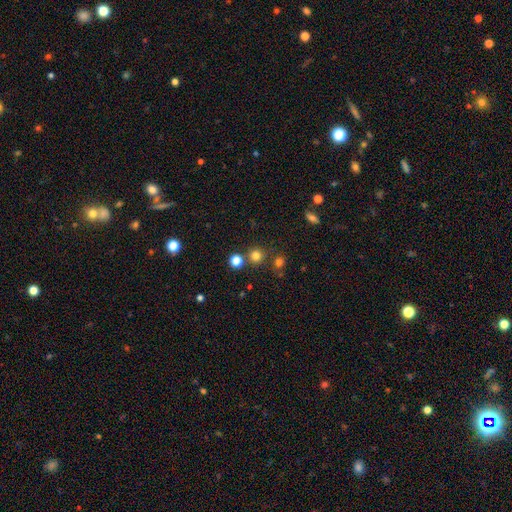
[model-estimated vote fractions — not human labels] smooth 76%, star or artifact 19%, featured or disk 6%. Down the decision tree: how rounded — round (93%); merging — none (78%).